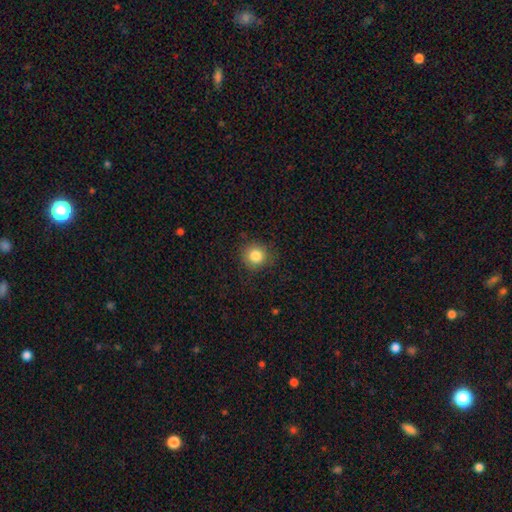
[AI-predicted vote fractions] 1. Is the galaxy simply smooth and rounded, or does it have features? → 84% smooth, 10% star or artifact, 6% featured or disk.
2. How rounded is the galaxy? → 91% round, 8% in between, 1% cigar-shaped.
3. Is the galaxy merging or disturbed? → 84% none, 12% minor disturbance, 4% major disturbance, 1% merger.